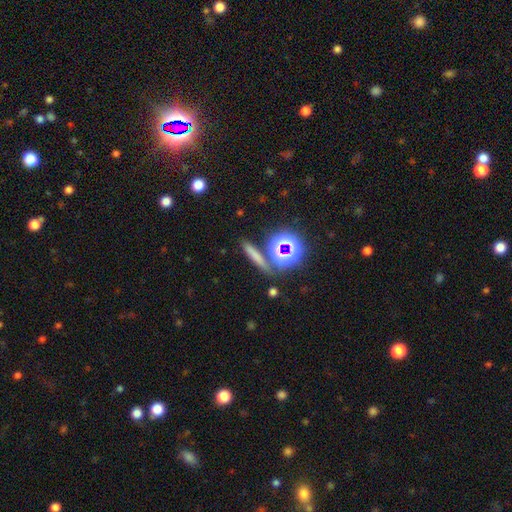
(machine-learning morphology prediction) Q: Smooth or featured?
A: smooth (64%); runner-up: star or artifact (23%)
Q: How rounded?
A: cigar-shaped (72%); runner-up: round (17%)
Q: Merging?
A: none (81%); runner-up: minor disturbance (8%)